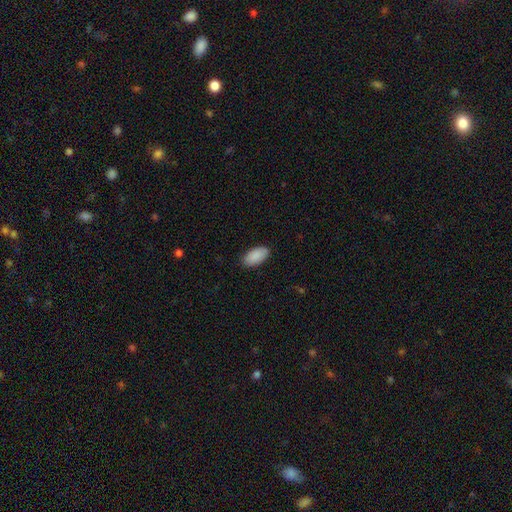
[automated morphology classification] type=smooth (91%); roundness=in between (95%); merging=none (87%).